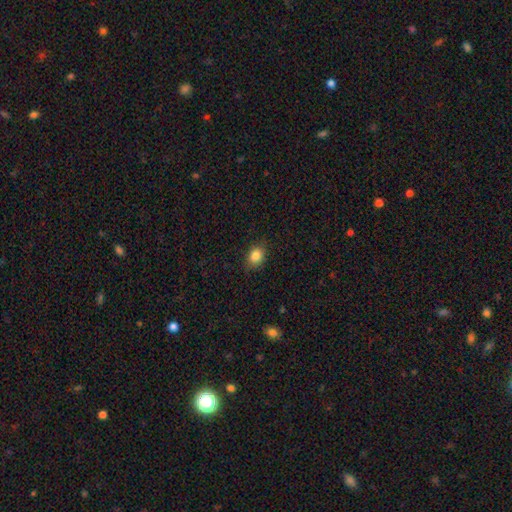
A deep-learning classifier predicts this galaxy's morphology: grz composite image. It shows a smooth galaxy with no disk features (84%) that is in between round and cigar-shaped (54%). Merging: none (83%).